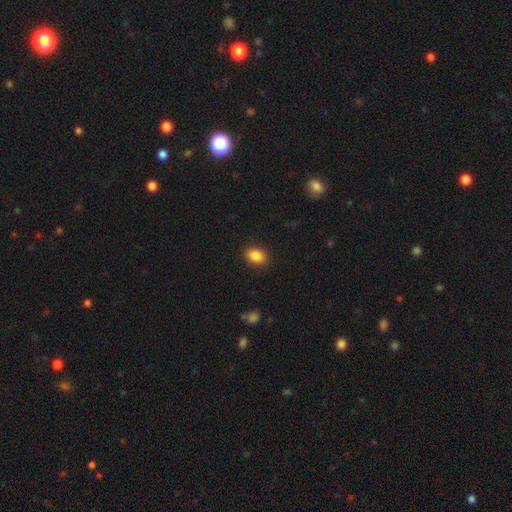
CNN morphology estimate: Smooth or featured?
  - smooth: 87% *
  - star or artifact: 9%
  - featured or disk: 4%
How rounded?
  - in between: 72% *
  - round: 27%
  - cigar-shaped: 1%
Merging?
  - none: 89% *
  - minor disturbance: 8%
  - major disturbance: 2%
  - merger: 1%